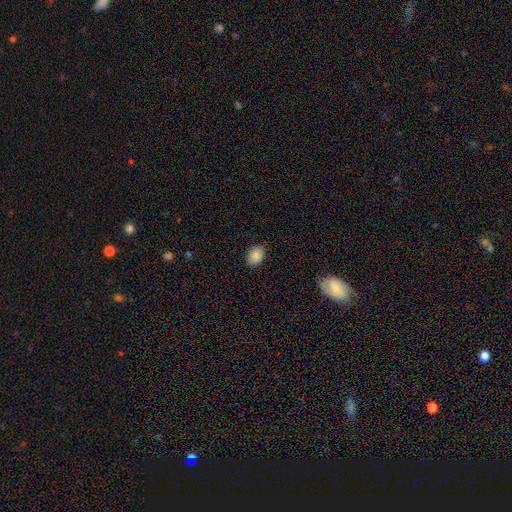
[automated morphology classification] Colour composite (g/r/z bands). It shows a smooth galaxy with no disk features (88%) that is in between round and cigar-shaped (74%). Merging: none (86%).